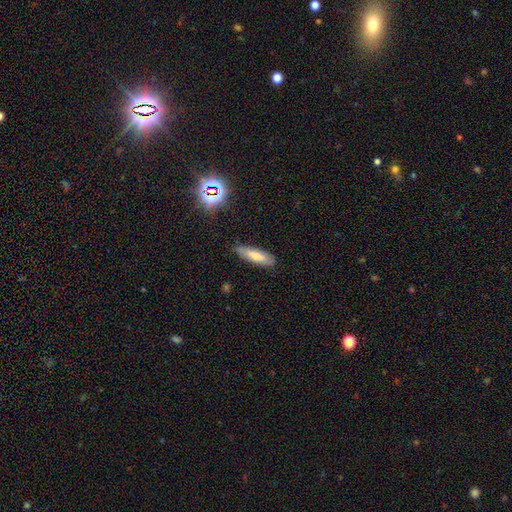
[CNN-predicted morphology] Smooth or featured? smooth (66%)
How rounded? cigar-shaped (59%)
Merging? none (82%)